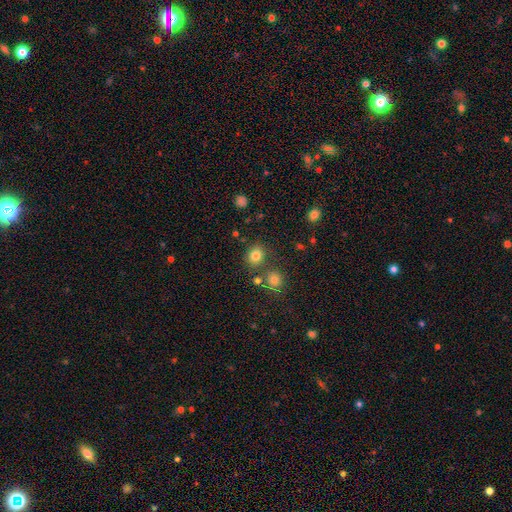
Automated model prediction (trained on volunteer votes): The model was most divided on "how rounded": round: 69%, in between: 30%, cigar-shaped: 1%. More confident: smooth or featured — smooth (81%); merging — none (75%).